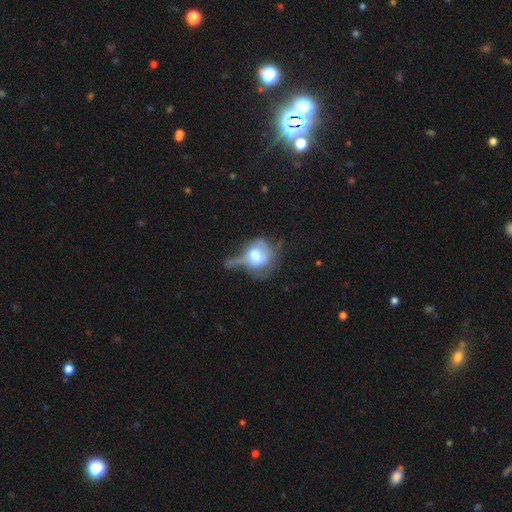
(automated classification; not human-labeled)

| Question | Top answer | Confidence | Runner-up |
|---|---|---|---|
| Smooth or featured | smooth | 50% | featured or disk (41%) |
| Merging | major disturbance | 45% | minor disturbance (21%) |